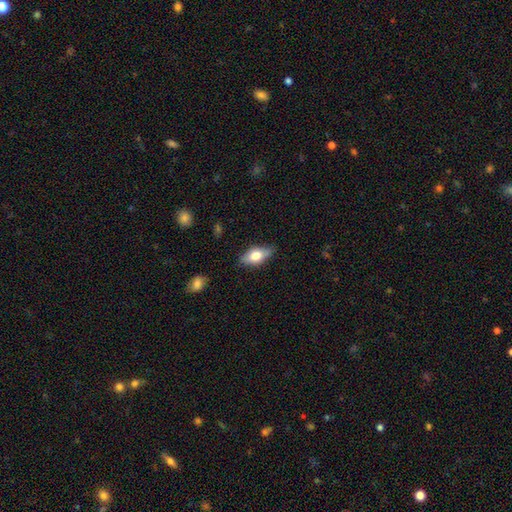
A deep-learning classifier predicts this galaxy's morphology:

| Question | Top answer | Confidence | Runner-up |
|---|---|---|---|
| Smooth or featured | smooth | 67% | featured or disk (26%) |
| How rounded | in between | 86% | cigar-shaped (9%) |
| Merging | none | 77% | minor disturbance (19%) |